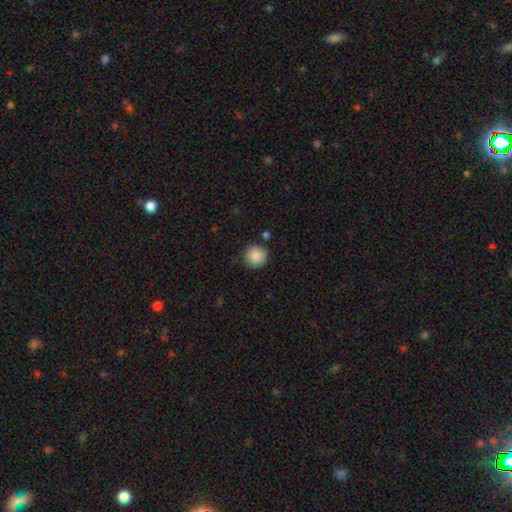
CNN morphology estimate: The model was most divided on "merging": none: 86%, minor disturbance: 9%, merger: 3%, major disturbance: 2%. More confident: how rounded — round (94%); smooth or featured — smooth (88%).